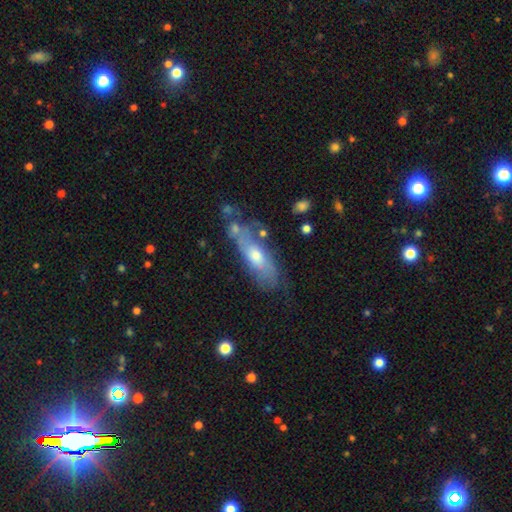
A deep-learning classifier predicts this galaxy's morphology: This appears to be a featured or disk galaxy (49%). Merging: none (52%).